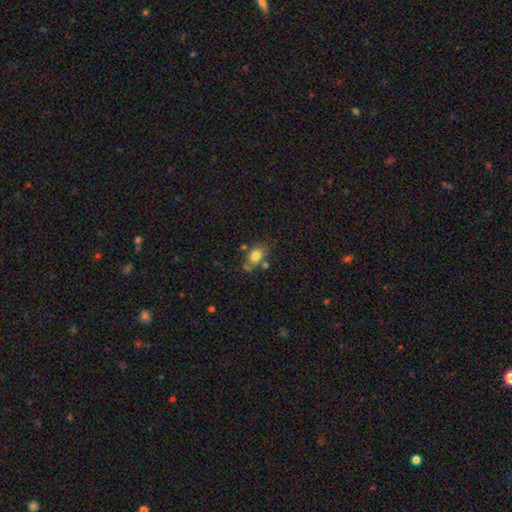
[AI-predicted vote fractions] Q: Smooth or featured?
A: smooth (76%); runner-up: featured or disk (14%)
Q: How rounded?
A: in between (76%); runner-up: round (21%)
Q: Merging?
A: none (59%); runner-up: minor disturbance (20%)